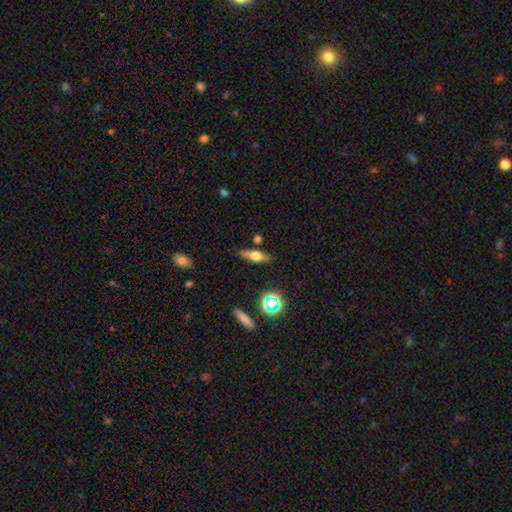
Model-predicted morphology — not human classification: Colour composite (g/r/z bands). It shows a featured or disk galaxy (47%). Merging: none (82%).